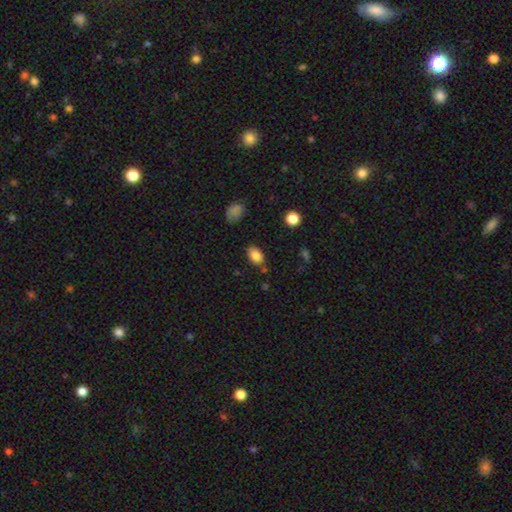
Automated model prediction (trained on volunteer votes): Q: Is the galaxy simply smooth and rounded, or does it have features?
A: smooth — 84%.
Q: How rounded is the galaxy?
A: in between — 87%.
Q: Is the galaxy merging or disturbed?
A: none — 77%.